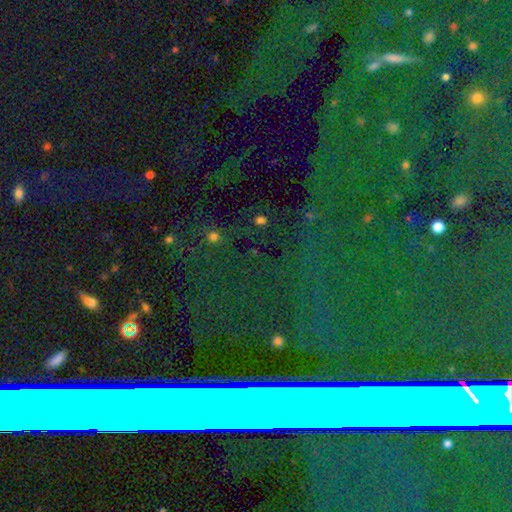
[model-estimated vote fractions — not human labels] Smooth or featured? Predicted: star or artifact (p=0.73).